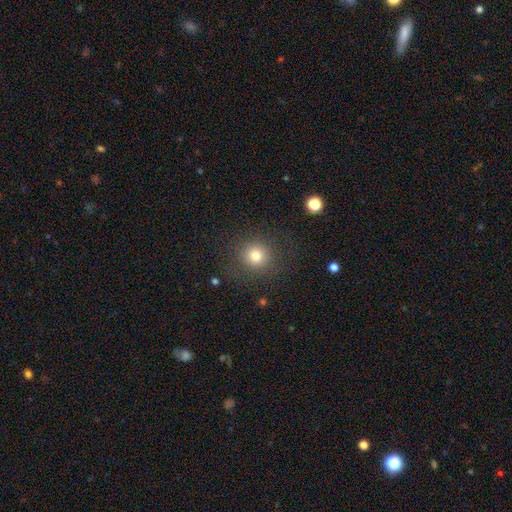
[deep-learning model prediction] A smooth galaxy with no disk features (77%) that is round (92%).

Vote fractions:
- Smooth or featured? smooth: 77% / star or artifact: 14% / featured or disk: 9%
- How rounded? round: 92% / in between: 7% / cigar-shaped: 1%
- Merging? none: 85% / minor disturbance: 9% / major disturbance: 5% / merger: 1%